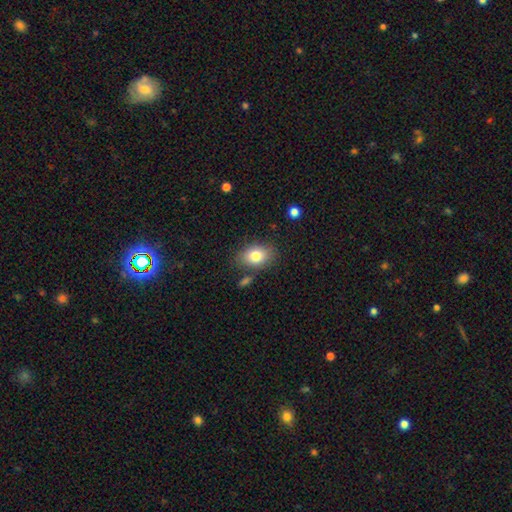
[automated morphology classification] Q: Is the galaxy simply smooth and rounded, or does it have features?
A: smooth — 80%.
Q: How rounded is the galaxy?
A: in between — 80%.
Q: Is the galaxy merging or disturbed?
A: none — 76%.